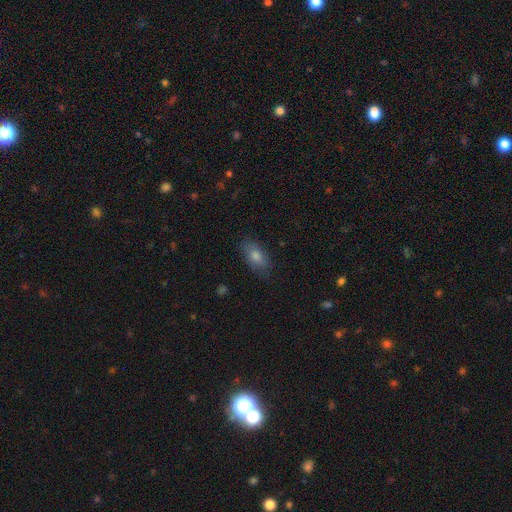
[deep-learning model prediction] Q: Smooth or featured?
A: smooth (74%); runner-up: featured or disk (14%)
Q: How rounded?
A: in between (86%); runner-up: cigar-shaped (7%)
Q: Merging?
A: none (83%); runner-up: minor disturbance (13%)